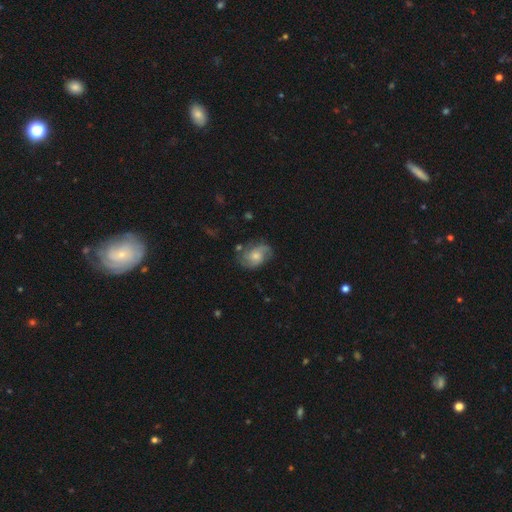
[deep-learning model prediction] Smooth or featured? Predicted: featured or disk (p=0.67). Edge-on disk? Predicted: no (p=0.97). Bar? Predicted: no (p=0.68). Spiral arms? Predicted: yes (p=0.90). Spiral winding? Predicted: medium (p=0.47). Spiral arm count? Predicted: 2 (p=0.51). Bulge size? Predicted: moderate (p=0.51). Merging? Predicted: none (p=0.66).